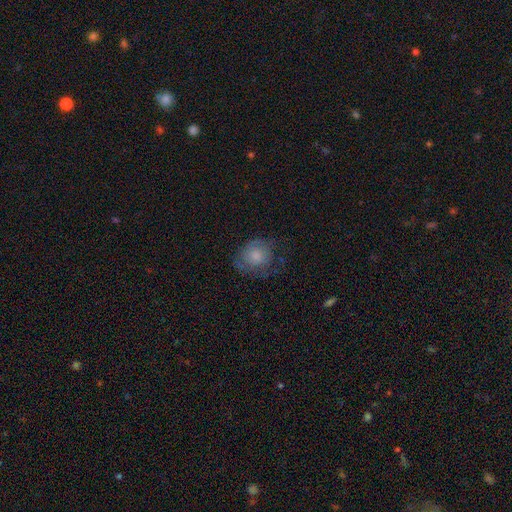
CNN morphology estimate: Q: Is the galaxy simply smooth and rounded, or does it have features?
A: smooth — 66%.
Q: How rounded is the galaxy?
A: round — 68%.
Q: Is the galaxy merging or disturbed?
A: none — 52%.